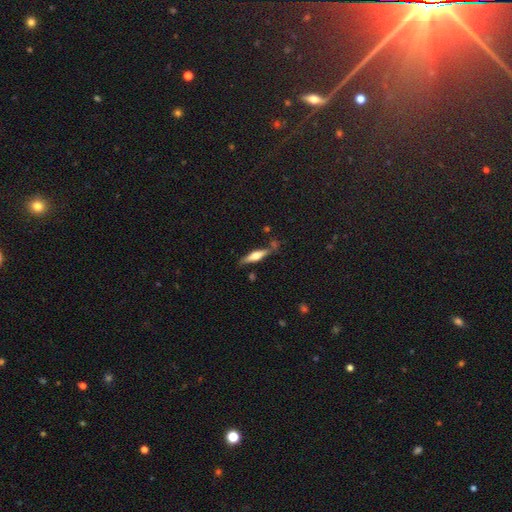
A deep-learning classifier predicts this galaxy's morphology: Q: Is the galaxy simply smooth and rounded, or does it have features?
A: featured or disk — 54%.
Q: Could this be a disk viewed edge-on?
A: yes — 93%.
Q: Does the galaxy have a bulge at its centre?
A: rounded — 86%.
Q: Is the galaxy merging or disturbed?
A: none — 76%.